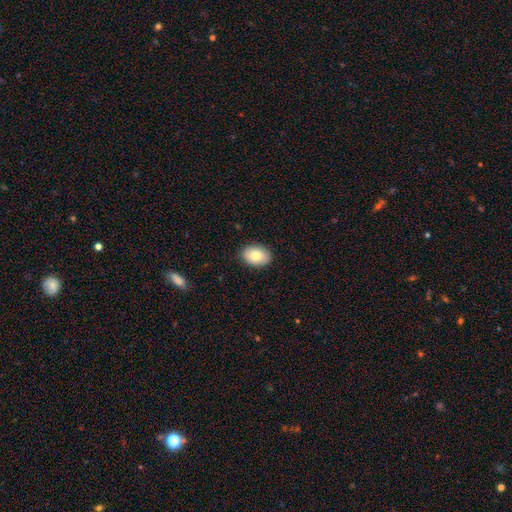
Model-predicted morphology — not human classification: smooth-or-featured: smooth: 83% | featured or disk: 10% | star or artifact: 7%
  how-rounded: in between: 82% | round: 17% | cigar-shaped: 1%
  merging: none: 88% | minor disturbance: 9% | major disturbance: 2% | merger: 1%